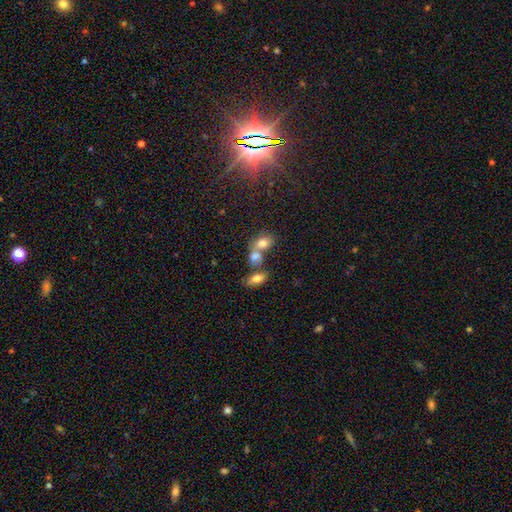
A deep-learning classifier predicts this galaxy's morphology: smooth 54%, star or artifact 25%, featured or disk 22%. Down the decision tree: how rounded — in between (70%); merging — merger (53%).